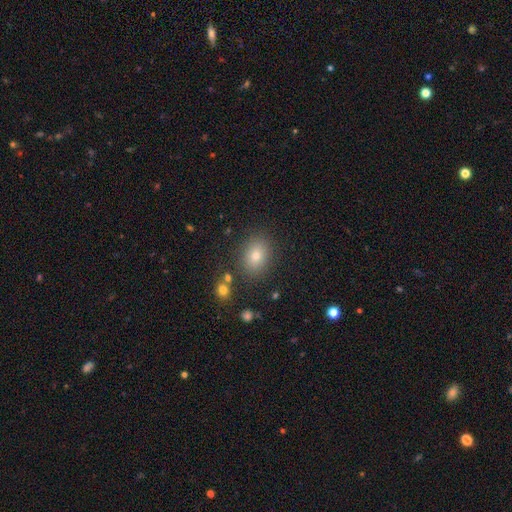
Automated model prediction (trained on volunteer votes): This is likely a smooth galaxy (75%). How rounded: likely in between (63%). Merging: clearly none (85%).